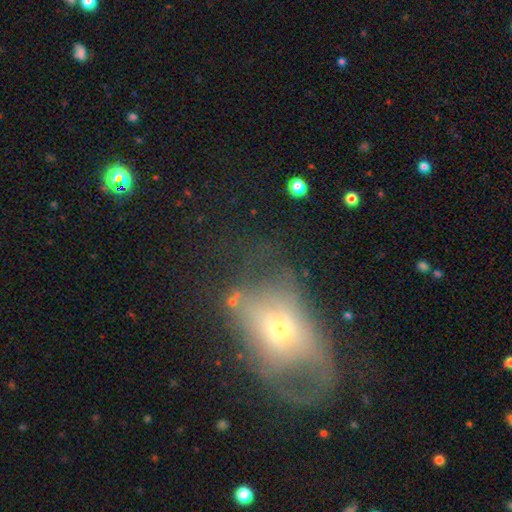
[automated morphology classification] Smooth or featured?
  - smooth: 42% * (tied)
  - featured or disk: 42% * (tied)
  - star or artifact: 16%
Merging?
  - major disturbance: 42% *
  - none: 31%
  - minor disturbance: 22%
  - merger: 5%